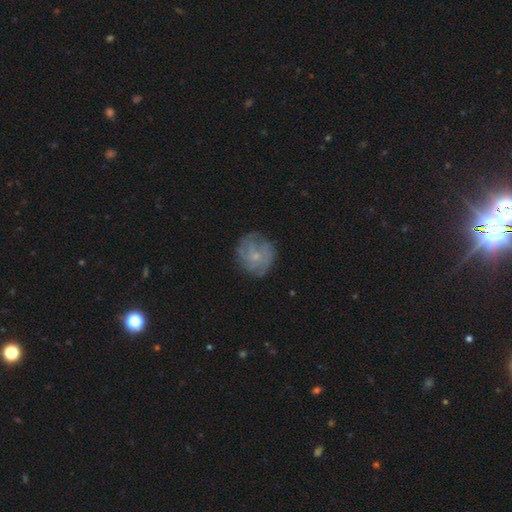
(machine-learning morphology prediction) smooth-or-featured: featured or disk: 63% | smooth: 28% | star or artifact: 9%
  disk-edge-on: no: 98% | yes: 2%
    bar: no: 79% | weak: 19% | strong: 3%
    has-spiral-arms: yes: 79% | no: 21%
    bulge-size: small: 72% | moderate: 19% | none: 7% | large: 1% | dominant: 1%
  merging: none: 75% | minor disturbance: 16% | major disturbance: 7% | merger: 1%